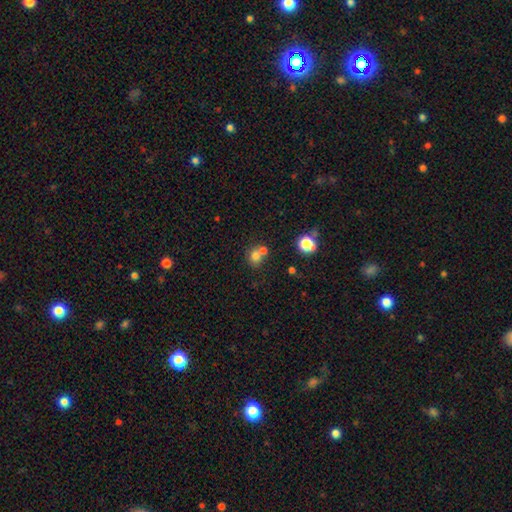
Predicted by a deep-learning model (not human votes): Smooth or featured?
  - smooth: 74% *
  - star or artifact: 15%
  - featured or disk: 12%
How rounded?
  - round: 74% *
  - in between: 25%
  - cigar-shaped: 1%
Merging?
  - none: 46% *
  - merger: 43%
  - minor disturbance: 8%
  - major disturbance: 3%